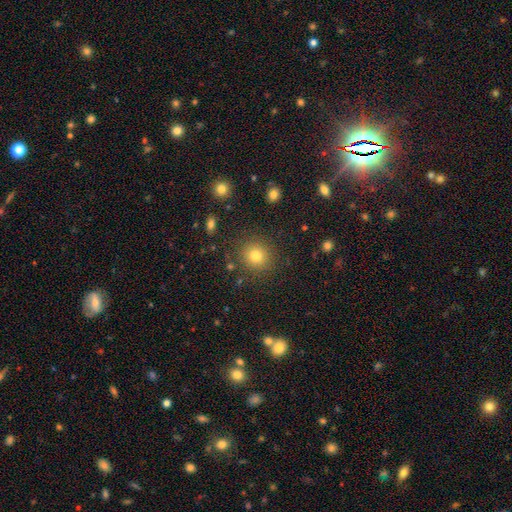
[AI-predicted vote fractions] Q: Smooth or featured?
A: smooth (79%); runner-up: star or artifact (14%)
Q: How rounded?
A: round (89%); runner-up: in between (10%)
Q: Merging?
A: none (87%); runner-up: minor disturbance (7%)